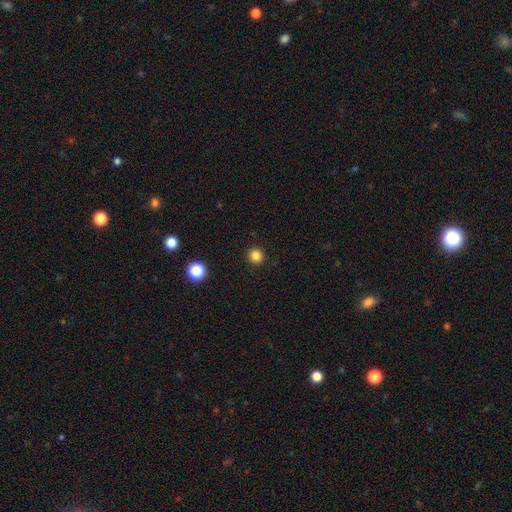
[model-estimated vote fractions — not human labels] A smooth galaxy with no disk features (84%) that is round (96%).

Vote fractions:
- Smooth or featured? smooth: 84% / star or artifact: 13% / featured or disk: 4%
- How rounded? round: 96% / in between: 3% / cigar-shaped: 1%
- Merging? none: 93% / minor disturbance: 4% / major disturbance: 2% / merger: 1%